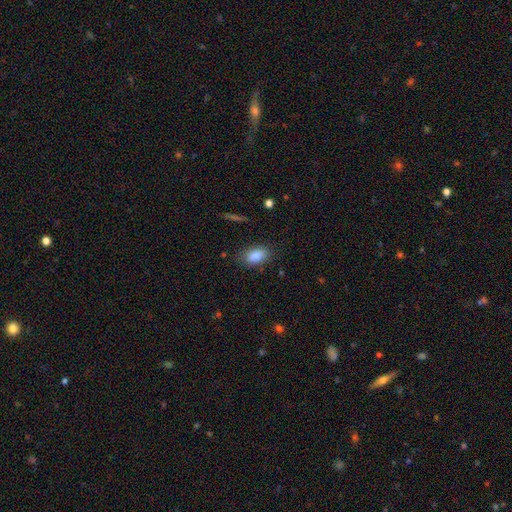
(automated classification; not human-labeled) smooth_or_featured: smooth (p=0.88) [alt: star or artifact p=0.07]
how_rounded: in between (p=0.91) [alt: round p=0.06]
merging: none (p=0.80) [alt: minor disturbance p=0.15]